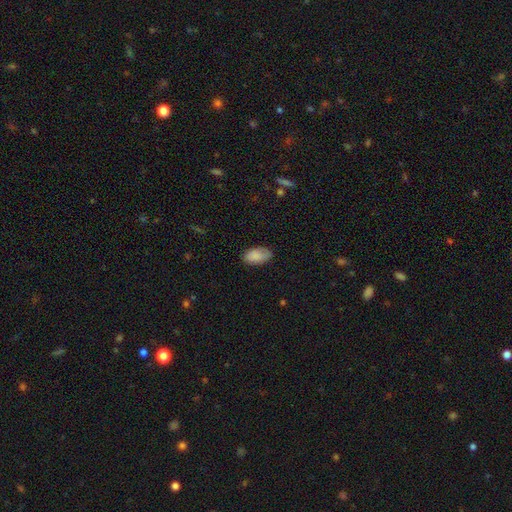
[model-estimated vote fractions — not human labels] This appears to be a smooth galaxy with no disk features (86%) that is in between round and cigar-shaped (94%). Merging: none (78%).